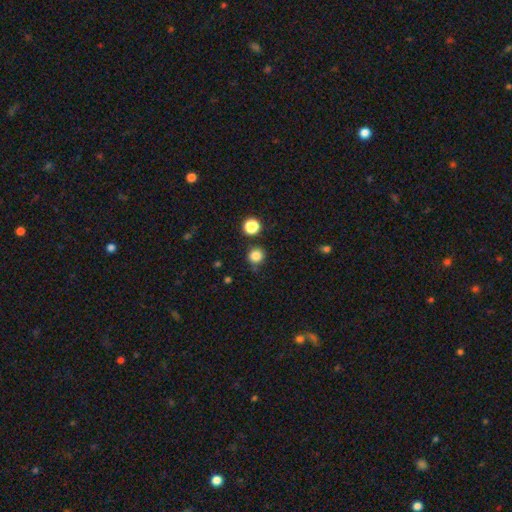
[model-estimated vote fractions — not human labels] Smooth or featured? Predicted: smooth (p=0.84). How rounded? Predicted: round (p=0.92). Merging? Predicted: none (p=0.83).